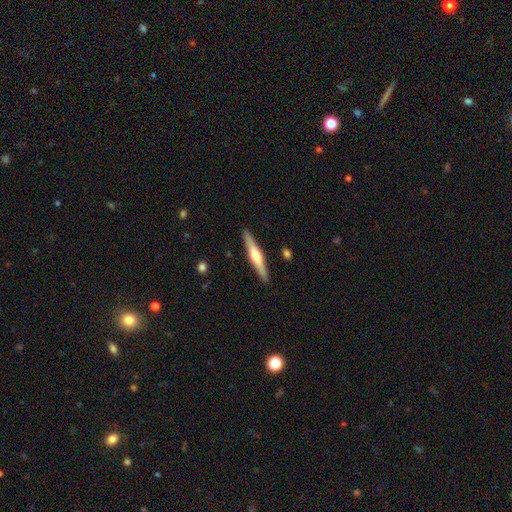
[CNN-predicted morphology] Q: Smooth or featured?
A: featured or disk (63%); runner-up: smooth (32%)
Q: Edge-on disk?
A: yes (98%); runner-up: no (2%)
Q: Edge-on bulge?
A: rounded (77%); runner-up: boxy (16%)
Q: Merging?
A: none (91%); runner-up: minor disturbance (7%)